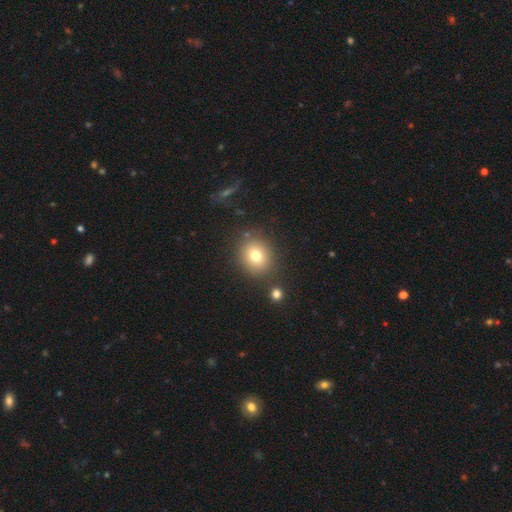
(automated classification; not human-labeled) Q: Smooth or featured?
A: smooth (76%); runner-up: star or artifact (13%)
Q: How rounded?
A: round (74%); runner-up: in between (25%)
Q: Merging?
A: none (81%); runner-up: minor disturbance (9%)